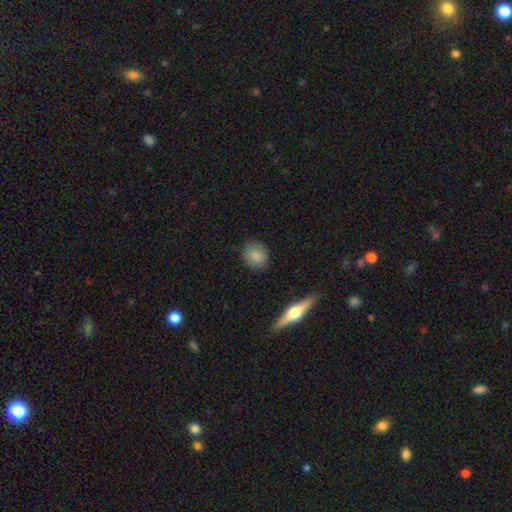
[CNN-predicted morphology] Smooth or featured?
  - smooth: 85% *
  - star or artifact: 8%
  - featured or disk: 7%
How rounded?
  - round: 73% *
  - in between: 24%
  - cigar-shaped: 2%
Merging?
  - none: 87% *
  - minor disturbance: 10%
  - major disturbance: 2%
  - merger: 1%